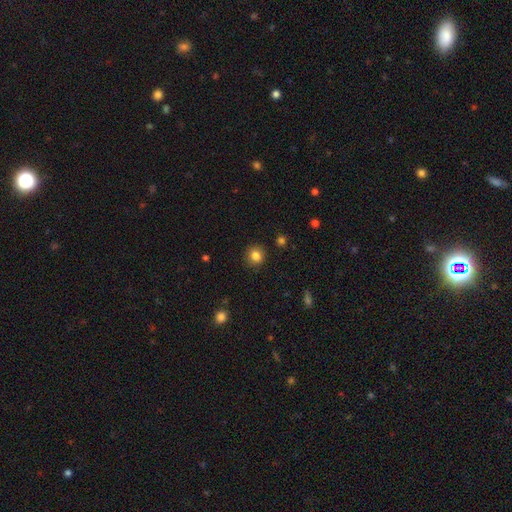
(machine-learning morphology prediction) Smooth or featured? smooth (83%)
How rounded? round (83%)
Merging? none (88%)